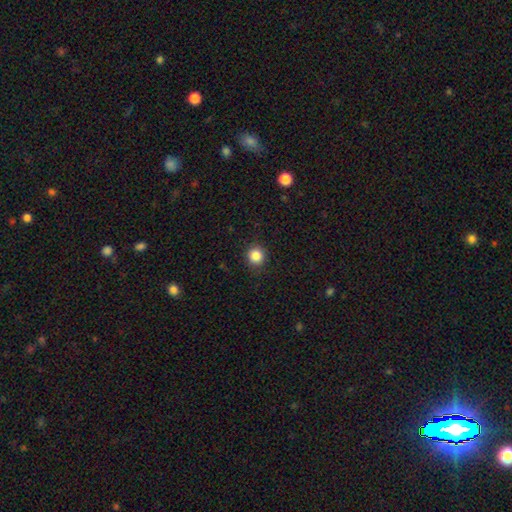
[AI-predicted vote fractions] Smooth or featured?
  - smooth: 85% *
  - star or artifact: 11%
  - featured or disk: 4%
How rounded?
  - round: 92% *
  - in between: 7%
  - cigar-shaped: 1%
Merging?
  - none: 90% *
  - minor disturbance: 7%
  - major disturbance: 2%
  - merger: 1%